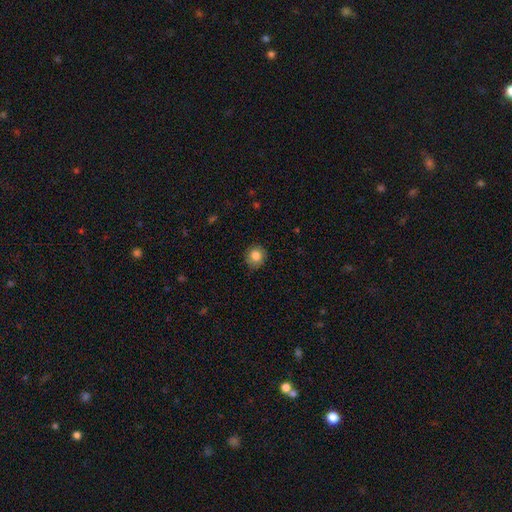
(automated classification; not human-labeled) A smooth galaxy with no disk features (82%) that is round (88%).

Vote fractions:
- Smooth or featured? smooth: 82% / star or artifact: 9% / featured or disk: 8%
- How rounded? round: 88% / in between: 11% / cigar-shaped: 1%
- Merging? none: 85% / minor disturbance: 11% / major disturbance: 2% / merger: 1%